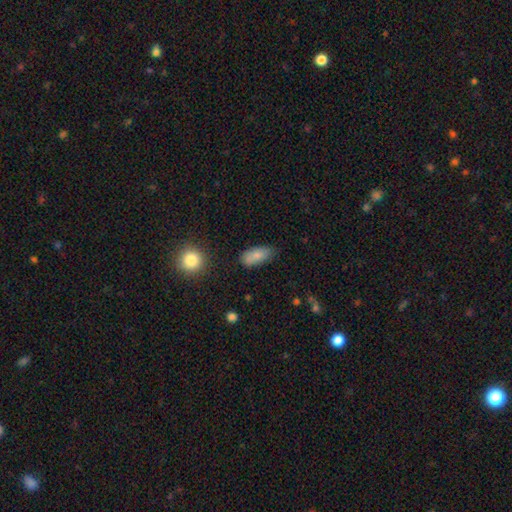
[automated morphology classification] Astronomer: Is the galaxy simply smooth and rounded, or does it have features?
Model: smooth — 82%.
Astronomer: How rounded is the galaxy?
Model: in between — 87%.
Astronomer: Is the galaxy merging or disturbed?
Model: none — 69%.